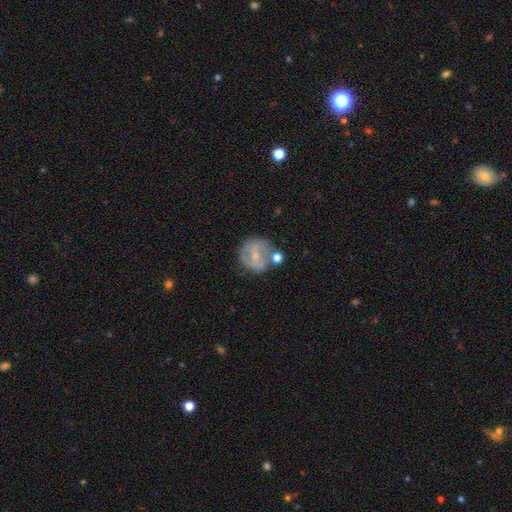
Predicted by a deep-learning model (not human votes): This appears to be a featured or disk galaxy (62%) with a weak bar (44%), spiral arms (75%) and a small central bulge (67%). Merging: none (57%).